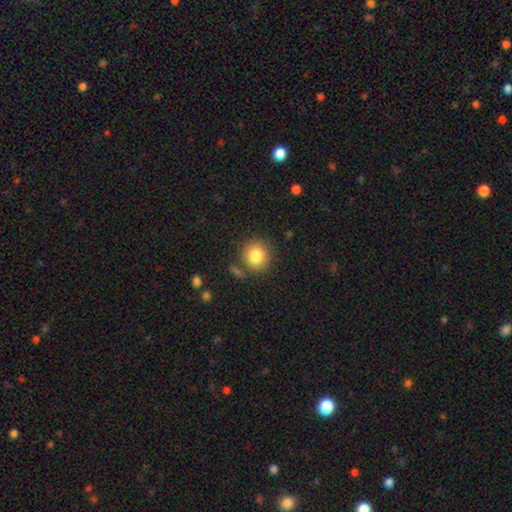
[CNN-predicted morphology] type=smooth (83%); roundness=round (90%); merging=none (81%).